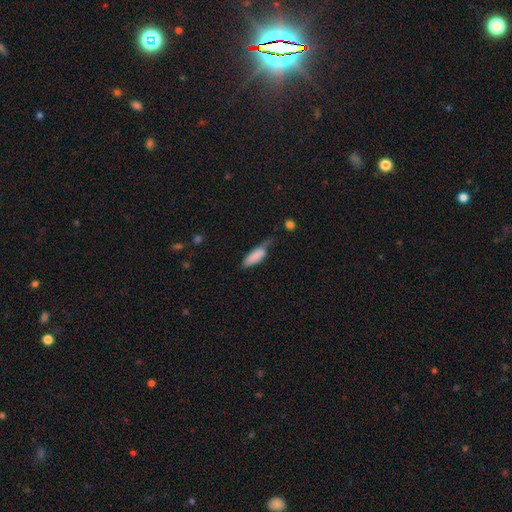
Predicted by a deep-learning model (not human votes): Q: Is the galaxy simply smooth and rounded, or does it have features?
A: smooth — 82%.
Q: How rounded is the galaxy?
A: in between — 63%.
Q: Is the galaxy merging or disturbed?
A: minor disturbance — 41%.